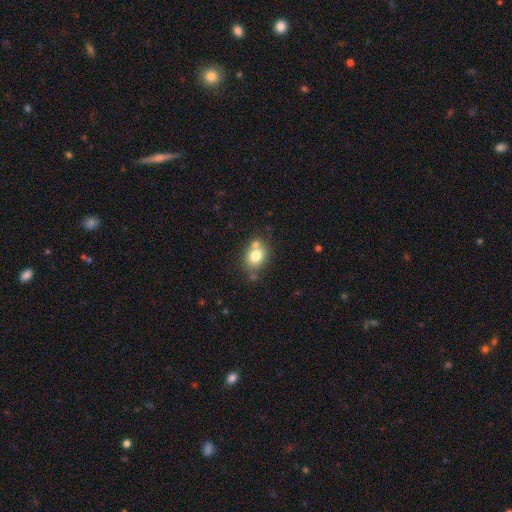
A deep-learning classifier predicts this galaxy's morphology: smooth-or-featured: smooth: 76% | featured or disk: 13% | star or artifact: 10%
  how-rounded: in between: 51% | round: 48% | cigar-shaped: 1%
  merging: none: 60% | merger: 21% | minor disturbance: 14% | major disturbance: 4%